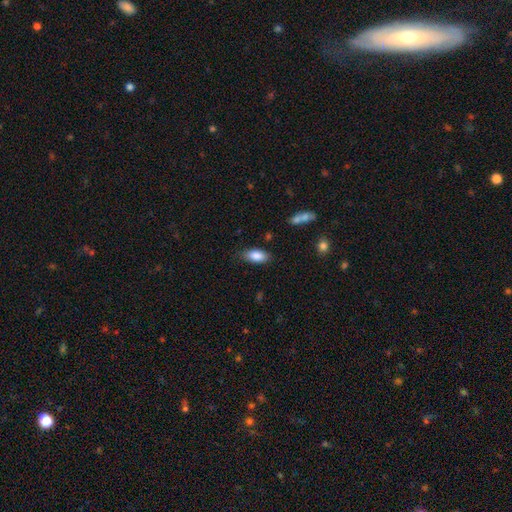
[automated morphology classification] A smooth galaxy with no disk features (87%) that is in between round and cigar-shaped (89%). Merging: none (81%).